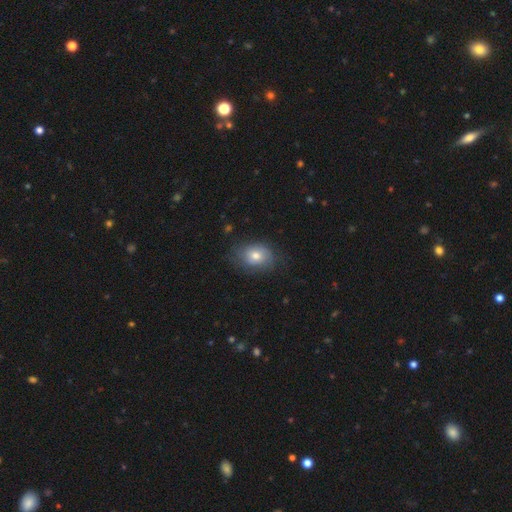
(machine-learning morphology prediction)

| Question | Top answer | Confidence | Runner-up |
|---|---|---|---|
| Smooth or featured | smooth | 66% | featured or disk (25%) |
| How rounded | in between | 65% | round (34%) |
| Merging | none | 68% | minor disturbance (23%) |